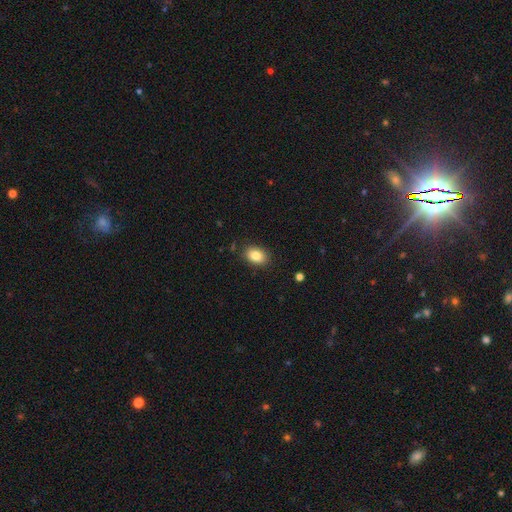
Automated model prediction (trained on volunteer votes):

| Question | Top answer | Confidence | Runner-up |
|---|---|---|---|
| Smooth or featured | smooth | 84% | star or artifact (9%) |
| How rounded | in between | 78% | round (21%) |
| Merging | none | 87% | minor disturbance (10%) |